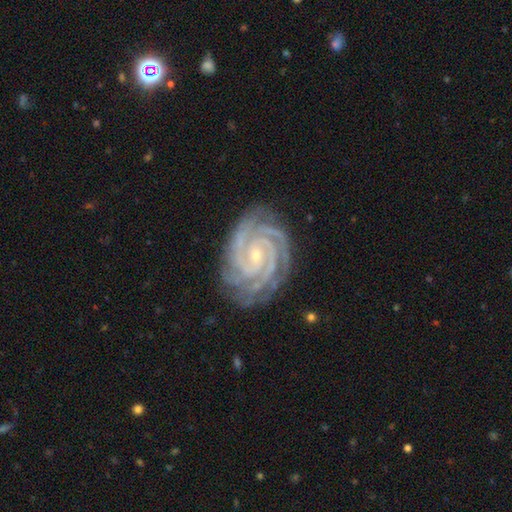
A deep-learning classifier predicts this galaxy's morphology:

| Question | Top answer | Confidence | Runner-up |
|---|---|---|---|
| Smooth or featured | featured or disk | 93% | star or artifact (5%) |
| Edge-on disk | no | 98% | yes (2%) |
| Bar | no | 56% | weak (29%) |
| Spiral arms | yes | 99% | no (1%) |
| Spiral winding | tight | 84% | medium (15%) |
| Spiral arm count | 3 | 31% | 4 (26%) |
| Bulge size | small | 80% | moderate (16%) |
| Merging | none | 81% | minor disturbance (15%) |